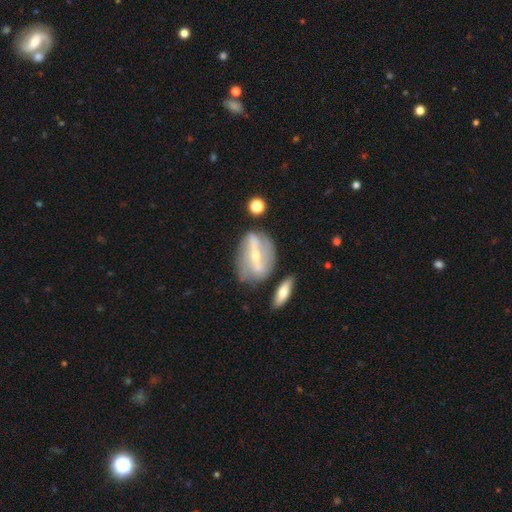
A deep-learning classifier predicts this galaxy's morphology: featured or disk 72%, smooth 22%, star or artifact 7%. Down the decision tree: edge-on disk — no (82%); bar — strong (63%); spiral arms — yes (59%); bulge size — small (51%); merging — none (62%).